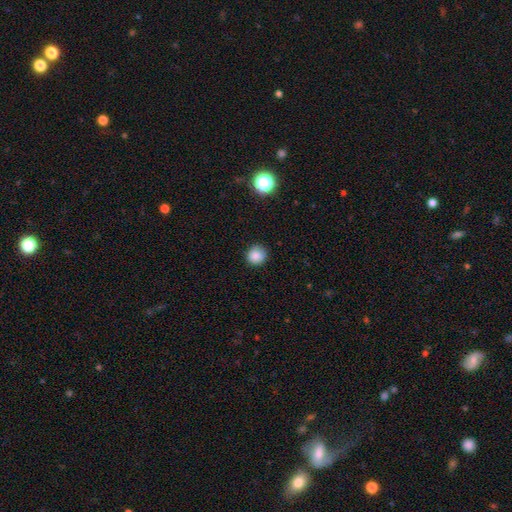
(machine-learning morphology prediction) Smooth or featured: smooth — 85% (star or artifact — 11%)
How rounded: round — 89% (in between — 10%)
Merging: none — 85% (minor disturbance — 12%)